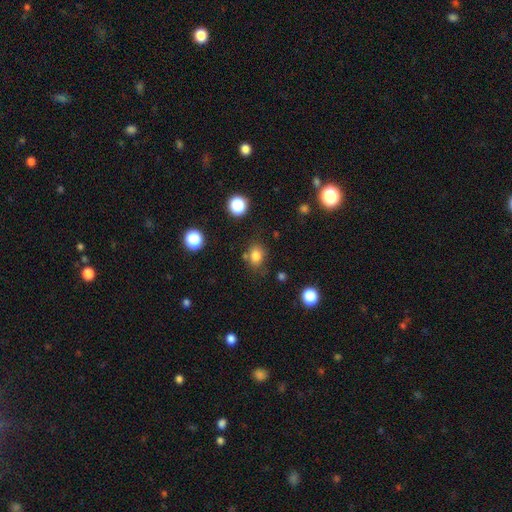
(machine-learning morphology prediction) Smooth or featured? smooth (80%)
How rounded? round (56%)
Merging? none (72%)